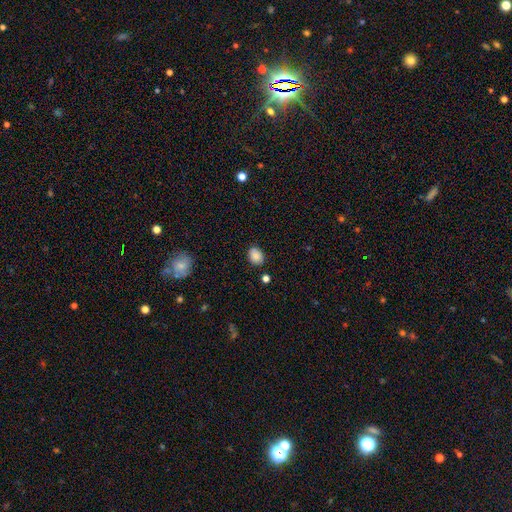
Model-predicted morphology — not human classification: A smooth galaxy with no disk features (85%) that is in between round and cigar-shaped (61%). Merging: none (82%).